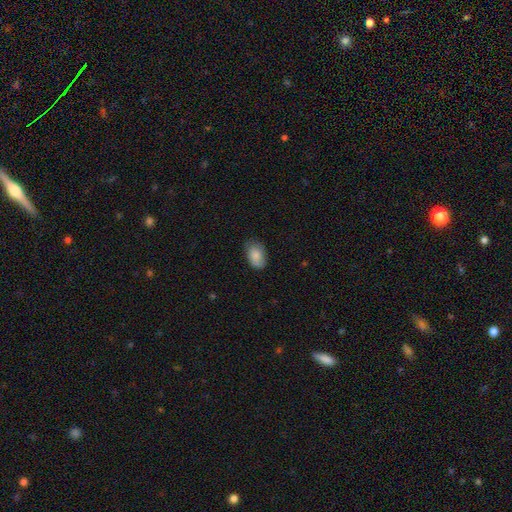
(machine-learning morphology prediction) smooth-or-featured: smooth: 82% | featured or disk: 11% | star or artifact: 7%
  how-rounded: in between: 90% | round: 9% | cigar-shaped: 1%
  merging: none: 71% | minor disturbance: 23% | major disturbance: 5% | merger: 1%